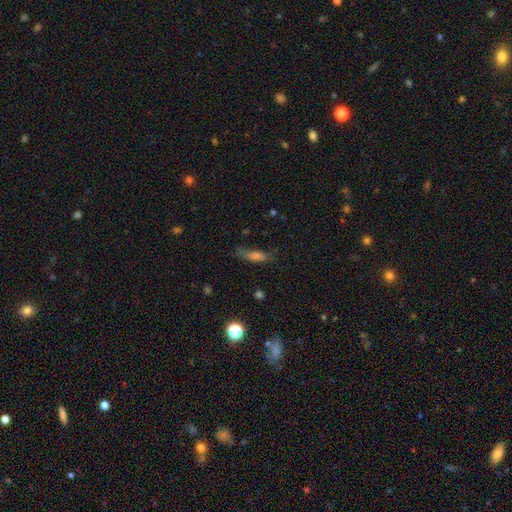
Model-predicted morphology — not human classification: This is possibly a smooth galaxy (59%). How rounded: likely cigar-shaped (62%). Merging: likely none (65%).